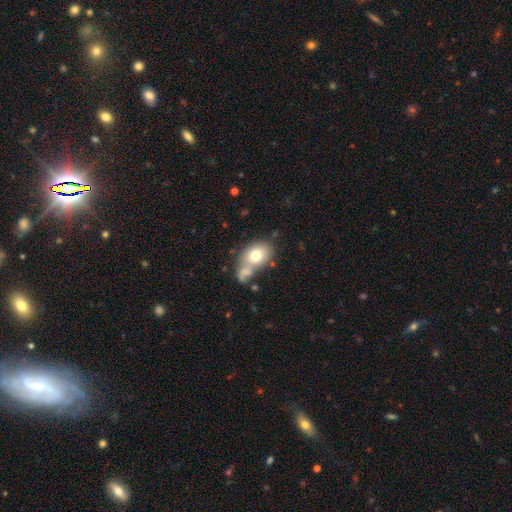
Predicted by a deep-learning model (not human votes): smooth_or_featured: smooth (p=0.72) [alt: featured or disk p=0.19]
how_rounded: in between (p=0.66) [alt: round p=0.32]
merging: merger (p=0.42) [alt: none p=0.36]